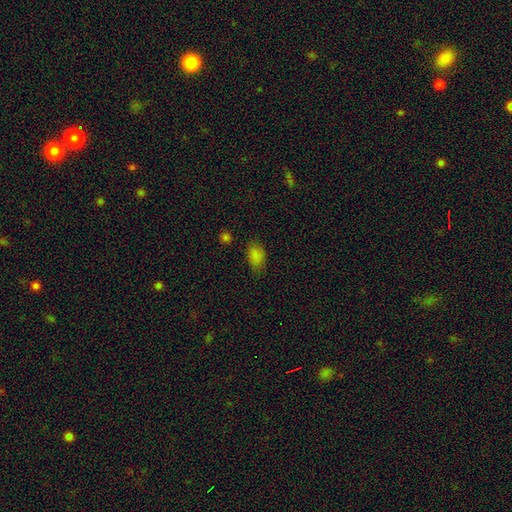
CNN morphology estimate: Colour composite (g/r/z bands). It shows a smooth galaxy with no disk features (82%) that is in between round and cigar-shaped (89%). Merging: none (76%).